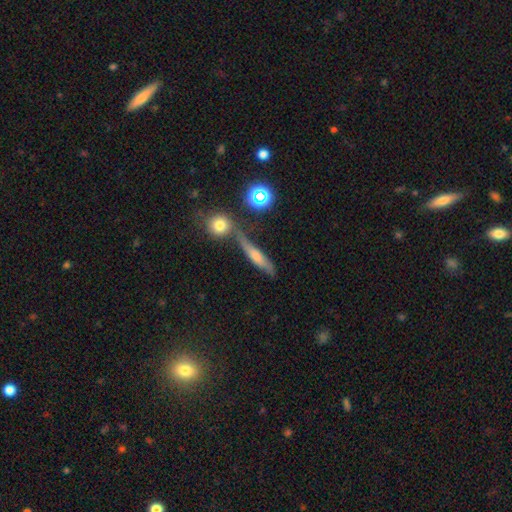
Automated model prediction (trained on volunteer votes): A smooth galaxy with no disk features (51%) that is cigar-shaped (73%). Merging: none (59%).